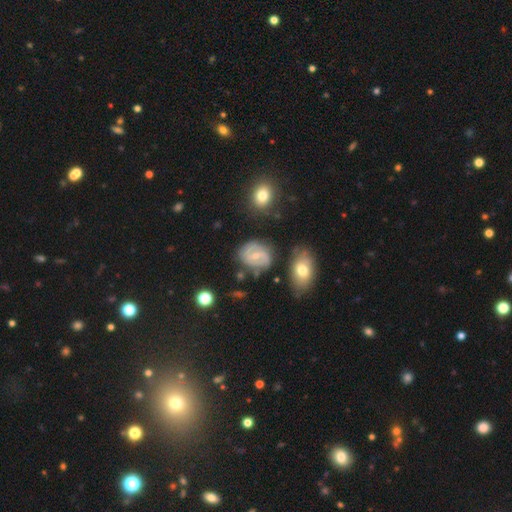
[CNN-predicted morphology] Q: Smooth or featured?
A: featured or disk (70%); runner-up: smooth (22%)
Q: Edge-on disk?
A: no (97%); runner-up: yes (3%)
Q: Bar?
A: weak (48%); runner-up: no (38%)
Q: Spiral arms?
A: yes (84%); runner-up: no (16%)
Q: Spiral winding?
A: tight (44%); runner-up: medium (40%)
Q: Spiral arm count?
A: 2 (67%); runner-up: can't tell (19%)
Q: Bulge size?
A: small (54%); runner-up: moderate (42%)
Q: Merging?
A: none (67%); runner-up: minor disturbance (20%)